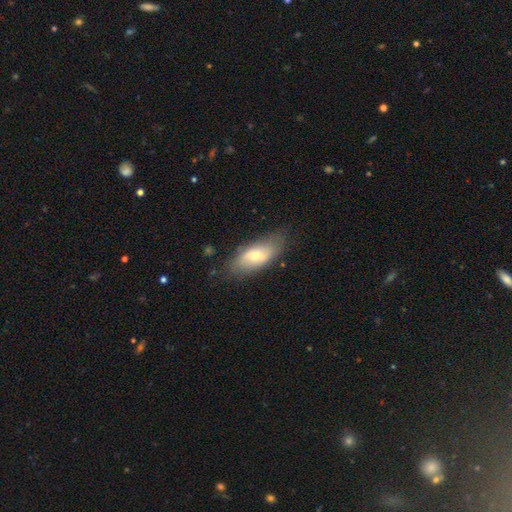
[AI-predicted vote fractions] Smooth or featured: smooth — 64% (featured or disk — 29%)
How rounded: in between — 85% (cigar-shaped — 11%)
Merging: none — 74% (minor disturbance — 19%)